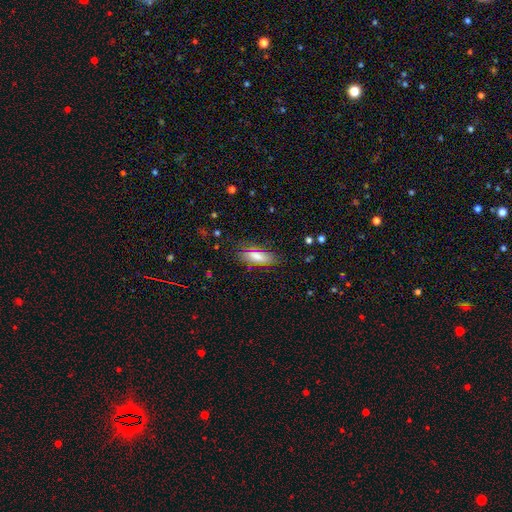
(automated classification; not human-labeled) This appears to be a smooth galaxy with no disk features (75%) that is in between round and cigar-shaped (66%). Merging: none (73%).